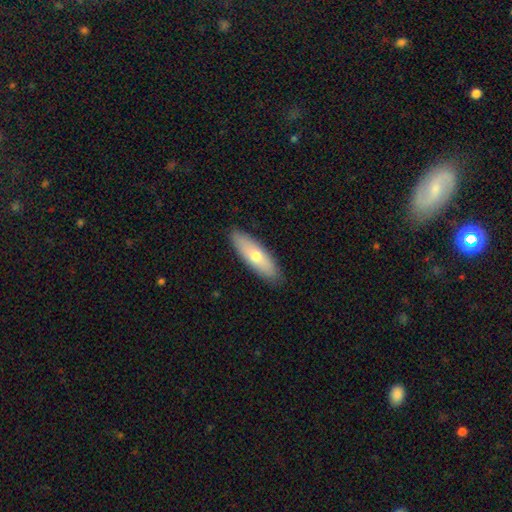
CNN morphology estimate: This is likely a smooth galaxy (62%). How rounded: possibly cigar-shaped (50%). Merging: clearly none (89%).